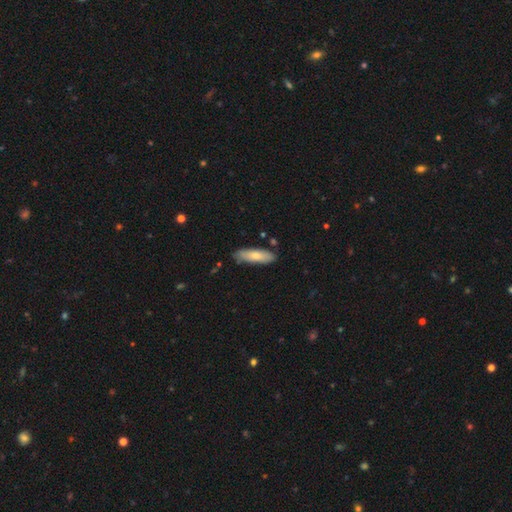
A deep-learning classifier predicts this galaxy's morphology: Q: Smooth or featured?
A: smooth (73%); runner-up: featured or disk (21%)
Q: How rounded?
A: cigar-shaped (51%); runner-up: in between (47%)
Q: Merging?
A: none (79%); runner-up: minor disturbance (16%)